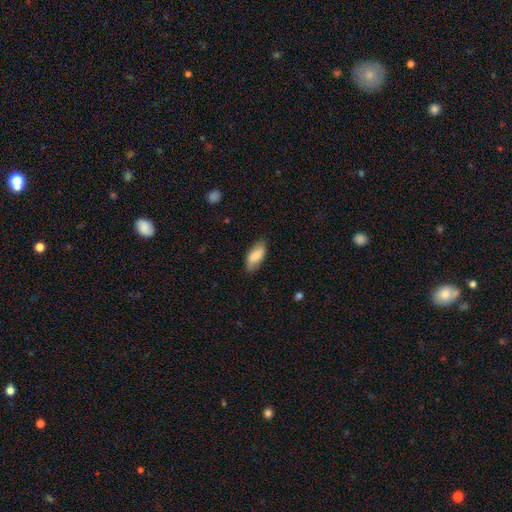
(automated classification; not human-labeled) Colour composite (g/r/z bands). It shows a smooth galaxy with no disk features (79%) that is in between round and cigar-shaped (87%). Merging: none (81%).